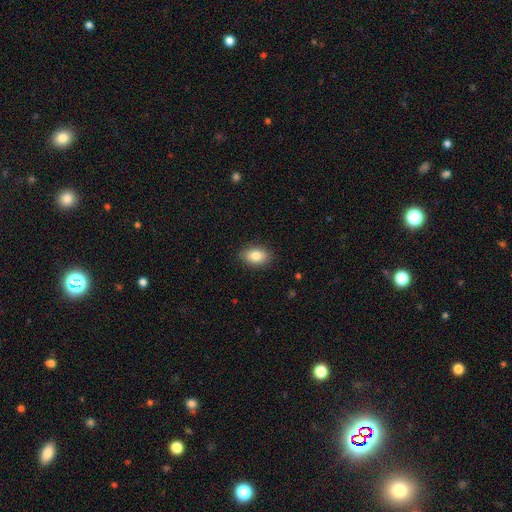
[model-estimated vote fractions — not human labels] A smooth galaxy with no disk features (84%) that is in between round and cigar-shaped (83%).

Vote fractions:
- Smooth or featured? smooth: 84% / featured or disk: 8% / star or artifact: 8%
- How rounded? in between: 83% / round: 15% / cigar-shaped: 1%
- Merging? none: 87% / minor disturbance: 10% / major disturbance: 2% / merger: 1%